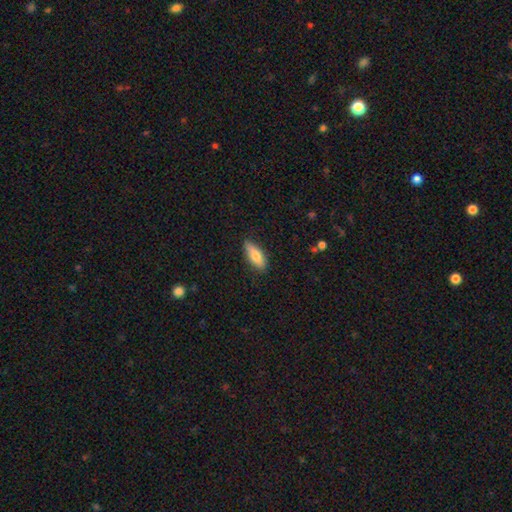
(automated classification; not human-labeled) Morphology: type=smooth (75%); roundness=in between (63%); merging=none (82%).